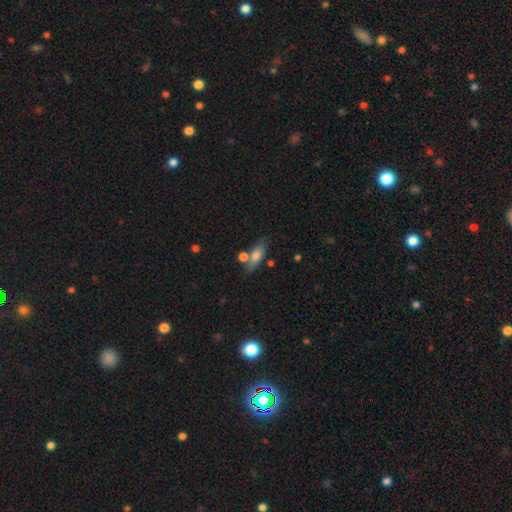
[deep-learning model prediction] A smooth galaxy with no disk features (70%) that is in between round and cigar-shaped (67%). Merging: none (62%).